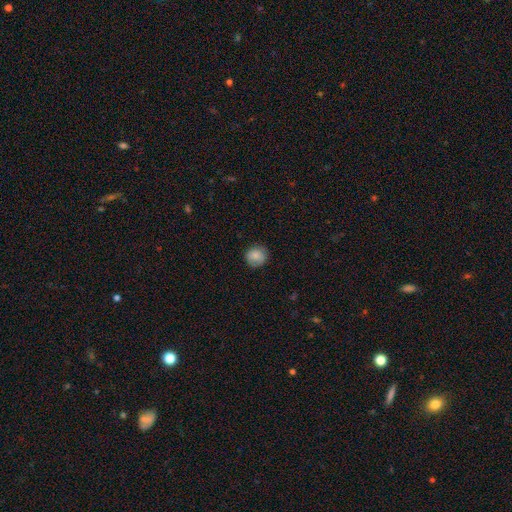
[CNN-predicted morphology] smooth 82%, featured or disk 10%, star or artifact 8%. Down the decision tree: how rounded — round (87%); merging — none (81%).